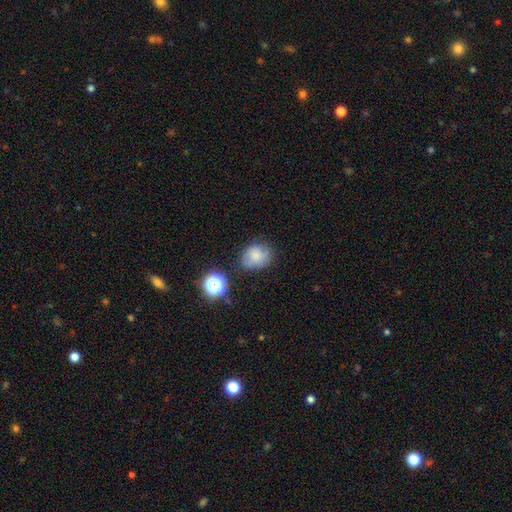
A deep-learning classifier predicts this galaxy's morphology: This is likely a smooth galaxy (74%). How rounded: possibly round (51%). Merging: likely none (63%).